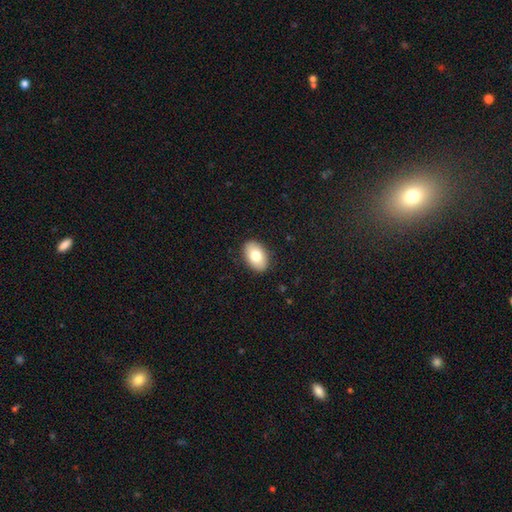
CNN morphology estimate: The model was most divided on "smooth or featured": smooth: 78%, featured or disk: 15%, star or artifact: 7%. More confident: how rounded — in between (90%); merging — none (89%).